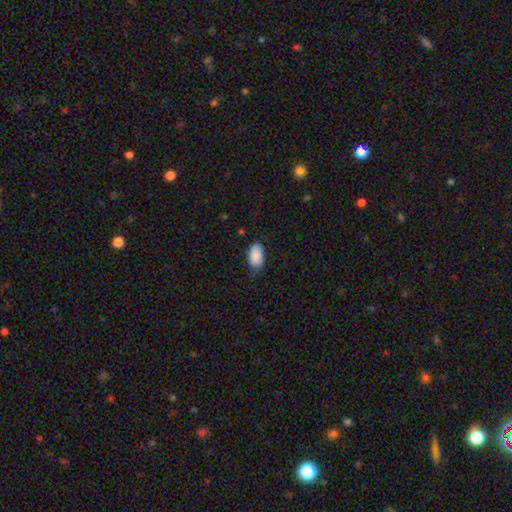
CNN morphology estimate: Smooth or featured: smooth — 90% (star or artifact — 7%)
How rounded: in between — 94% (round — 4%)
Merging: none — 71% (minor disturbance — 24%)